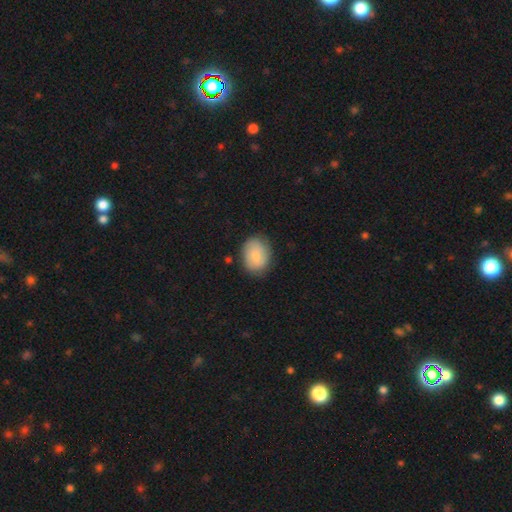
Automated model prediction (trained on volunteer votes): Smooth or featured?
  - smooth: 75% *
  - featured or disk: 18%
  - star or artifact: 6%
How rounded?
  - in between: 60% *
  - round: 39%
  - cigar-shaped: 1%
Merging?
  - none: 79% *
  - minor disturbance: 16%
  - major disturbance: 3%
  - merger: 2%